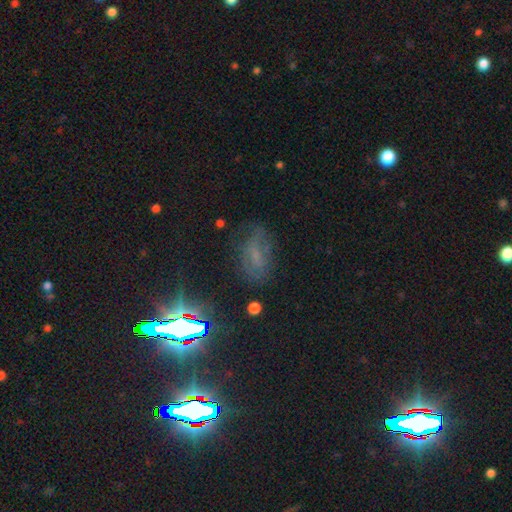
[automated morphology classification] Q: Smooth or featured?
A: star or artifact (36%); runner-up: smooth (35%)